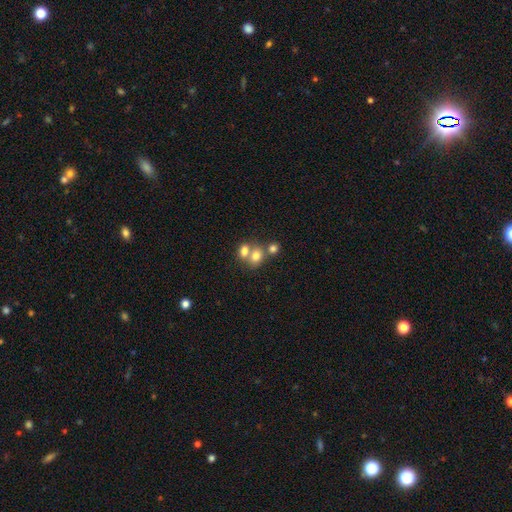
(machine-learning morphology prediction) type=smooth (74%); roundness=round (53%); merging=merger (57%).